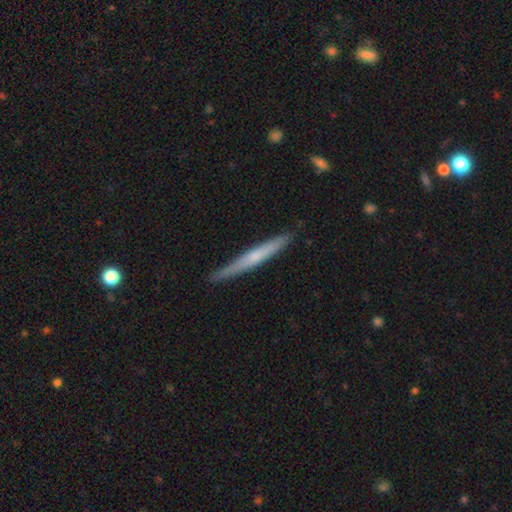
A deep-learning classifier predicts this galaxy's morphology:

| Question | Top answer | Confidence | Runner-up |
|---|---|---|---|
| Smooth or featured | featured or disk | 49% | smooth (46%) |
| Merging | none | 88% | minor disturbance (9%) |